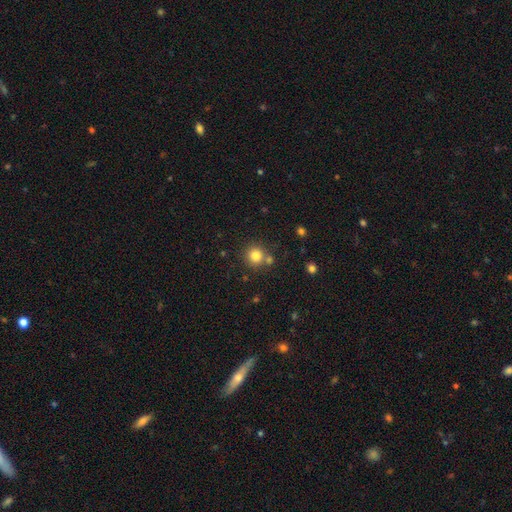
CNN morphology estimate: smooth-or-featured: smooth: 81% | star or artifact: 12% | featured or disk: 7%
  how-rounded: round: 92% | in between: 7% | cigar-shaped: 1%
  merging: none: 73% | merger: 15% | minor disturbance: 9% | major disturbance: 3%